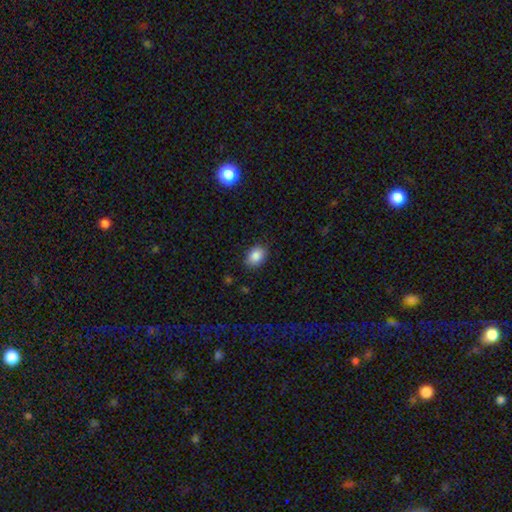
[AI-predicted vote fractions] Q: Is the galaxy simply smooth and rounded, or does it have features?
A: smooth — 87%.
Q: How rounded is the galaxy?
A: in between — 76%.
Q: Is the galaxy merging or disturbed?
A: none — 85%.